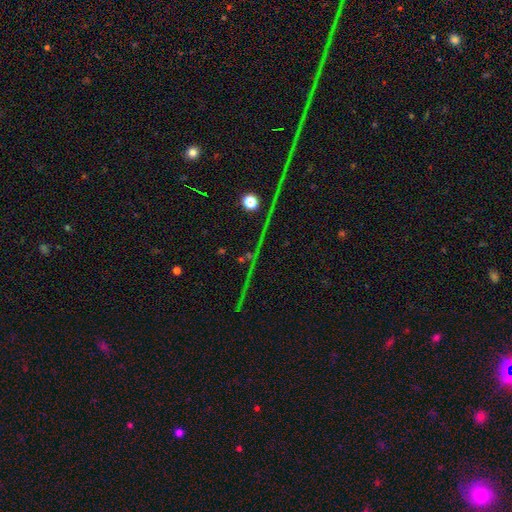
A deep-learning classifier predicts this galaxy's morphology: Q: Smooth or featured?
A: star or artifact (83%); runner-up: featured or disk (9%)